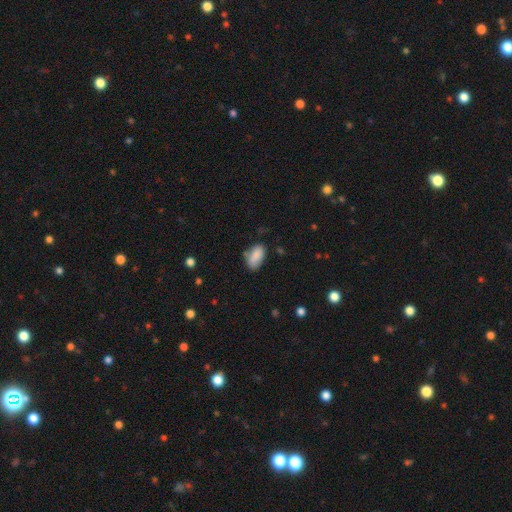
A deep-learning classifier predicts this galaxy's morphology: smooth-or-featured: smooth: 86% | star or artifact: 8% | featured or disk: 6%
  how-rounded: in between: 92% | round: 4% | cigar-shaped: 4%
  merging: none: 67% | minor disturbance: 24% | major disturbance: 5% | merger: 4%